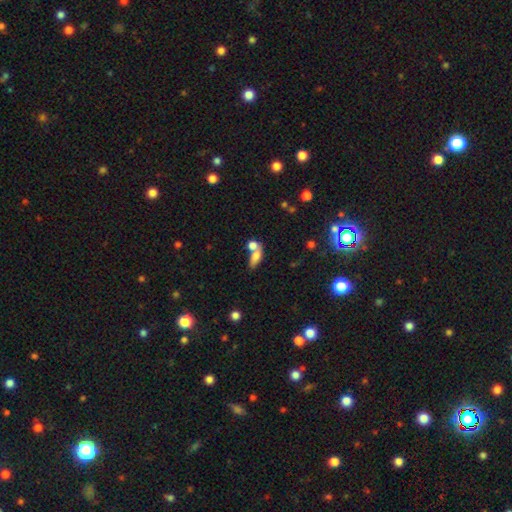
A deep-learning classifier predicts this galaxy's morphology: type=smooth (71%); roundness=in between (73%); merging=merger (49%).